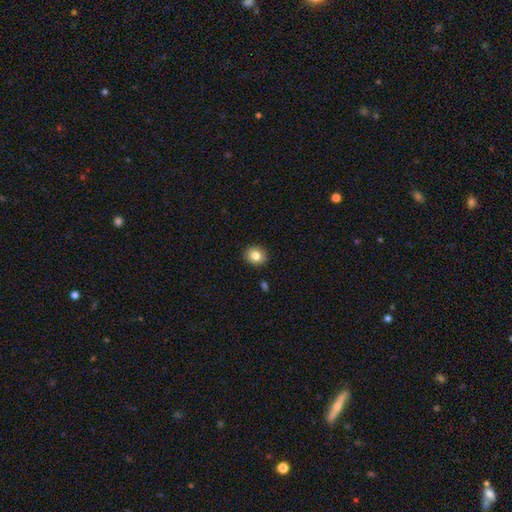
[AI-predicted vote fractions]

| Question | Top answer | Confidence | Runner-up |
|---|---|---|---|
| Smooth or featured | smooth | 83% | star or artifact (10%) |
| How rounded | round | 70% | in between (30%) |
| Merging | none | 91% | minor disturbance (6%) |